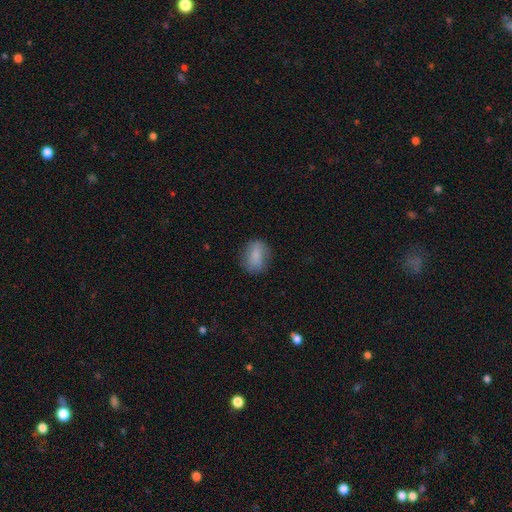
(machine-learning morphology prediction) Overall: smooth (80%). How rounded: in between (56%; round 42%). Merging: none (75%).